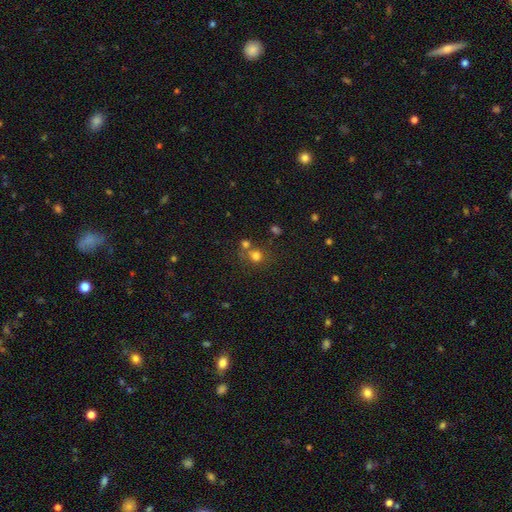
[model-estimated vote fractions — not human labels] Morphology: type=smooth (73%); roundness=round (78%); merging=none (53%).